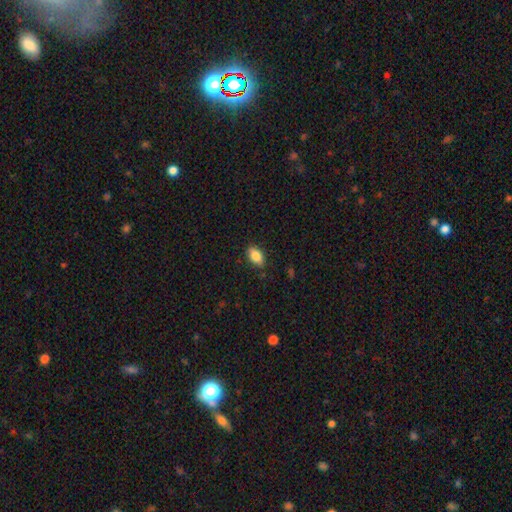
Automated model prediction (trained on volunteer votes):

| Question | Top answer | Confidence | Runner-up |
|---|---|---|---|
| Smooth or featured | smooth | 84% | featured or disk (9%) |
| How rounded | in between | 91% | round (5%) |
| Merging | none | 85% | minor disturbance (12%) |